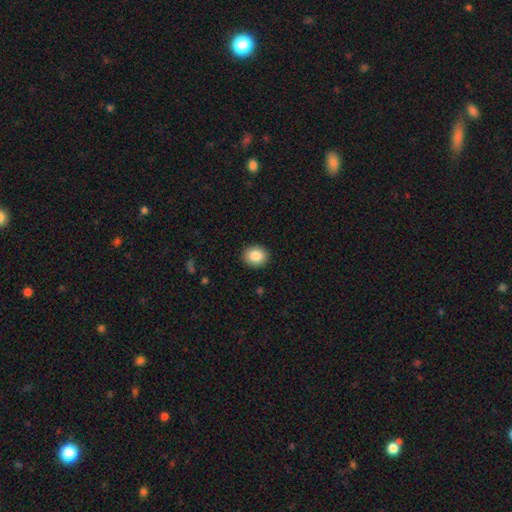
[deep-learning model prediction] smooth 87%, star or artifact 8%, featured or disk 5%. Down the decision tree: how rounded — round (67%); merging — none (91%).